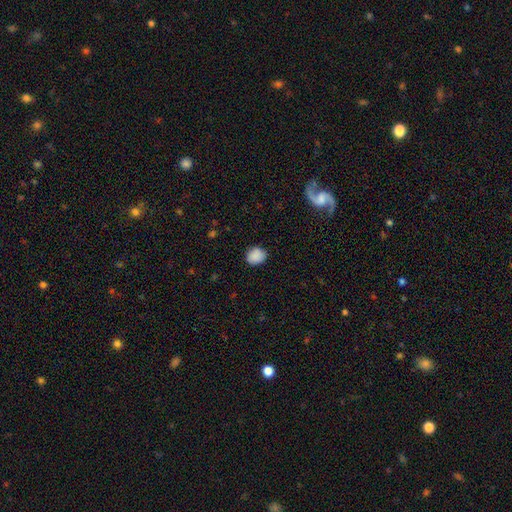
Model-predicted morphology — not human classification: Overall: smooth (87%). How rounded: round (63%; in between 36%). Merging: none (84%).